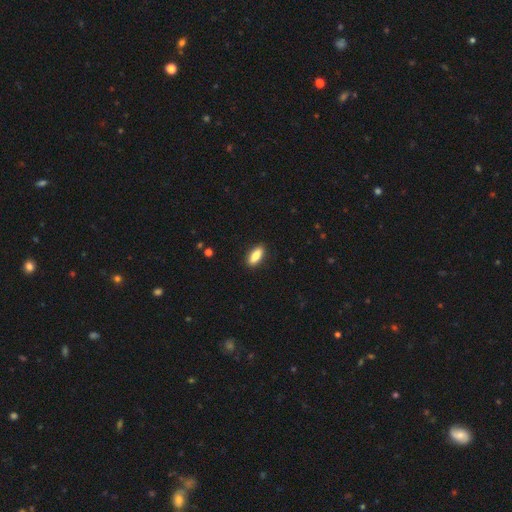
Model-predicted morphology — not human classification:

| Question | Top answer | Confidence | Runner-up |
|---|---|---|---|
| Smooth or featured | smooth | 85% | featured or disk (8%) |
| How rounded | in between | 80% | cigar-shaped (17%) |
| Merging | none | 89% | minor disturbance (8%) |